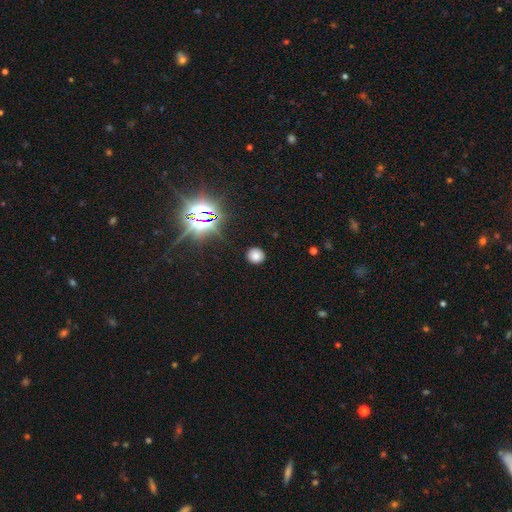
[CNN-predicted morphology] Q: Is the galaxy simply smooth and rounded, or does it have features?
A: smooth — 75%.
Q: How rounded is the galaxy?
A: round — 85%.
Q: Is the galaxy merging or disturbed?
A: none — 90%.